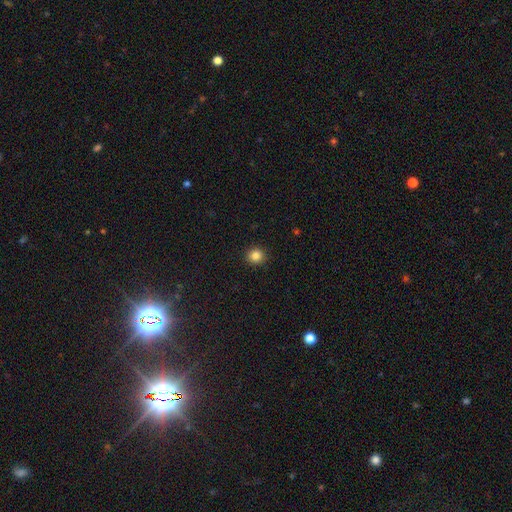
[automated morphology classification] Overall: smooth (84%). How rounded: round (88%). Merging: none (92%).